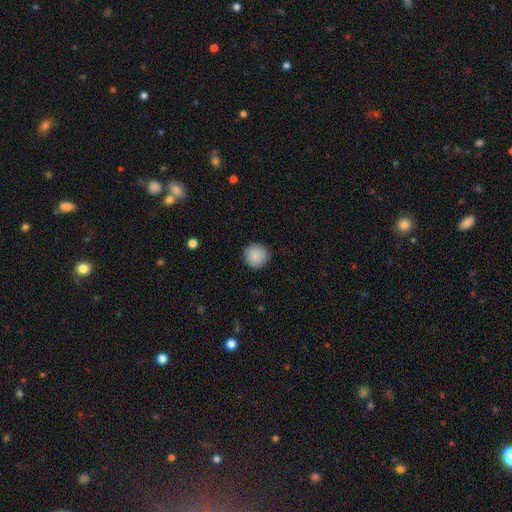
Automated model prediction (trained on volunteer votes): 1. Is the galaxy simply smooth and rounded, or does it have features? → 88% smooth, 7% star or artifact, 4% featured or disk.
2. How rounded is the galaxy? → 95% round, 4% in between, 1% cigar-shaped.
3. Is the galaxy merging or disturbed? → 90% none, 7% minor disturbance, 2% major disturbance, 1% merger.